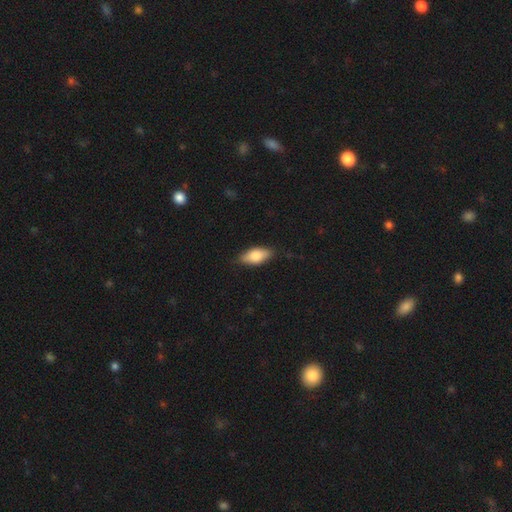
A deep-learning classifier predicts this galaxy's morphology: A smooth galaxy with no disk features (78%) that is in between round and cigar-shaped (87%).

Vote fractions:
- Smooth or featured? smooth: 78% / featured or disk: 16% / star or artifact: 6%
- How rounded? in between: 87% / cigar-shaped: 10% / round: 3%
- Merging? none: 83% / minor disturbance: 14% / major disturbance: 2% / merger: 1%